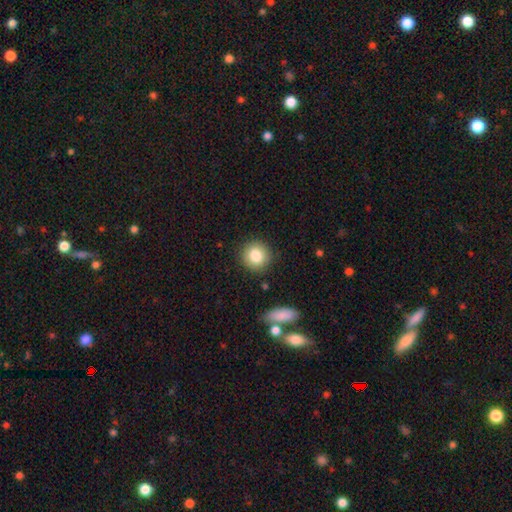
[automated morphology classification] smooth-or-featured: smooth: 83% | star or artifact: 9% | featured or disk: 8%
  how-rounded: round: 90% | in between: 9% | cigar-shaped: 1%
  merging: none: 88% | minor disturbance: 8% | major disturbance: 2% | merger: 2%